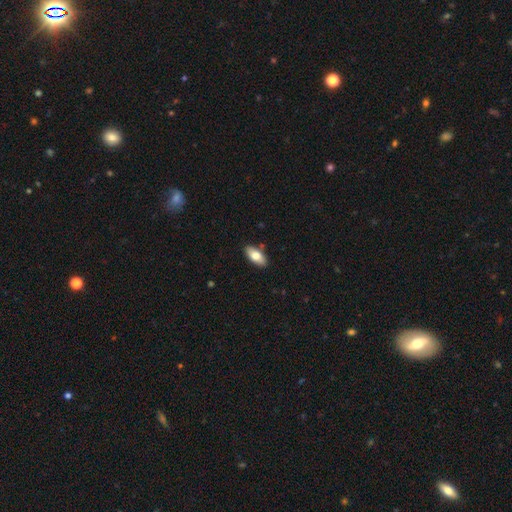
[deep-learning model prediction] Overall: smooth (76%). How rounded: in between (88%). Merging: none (85%).